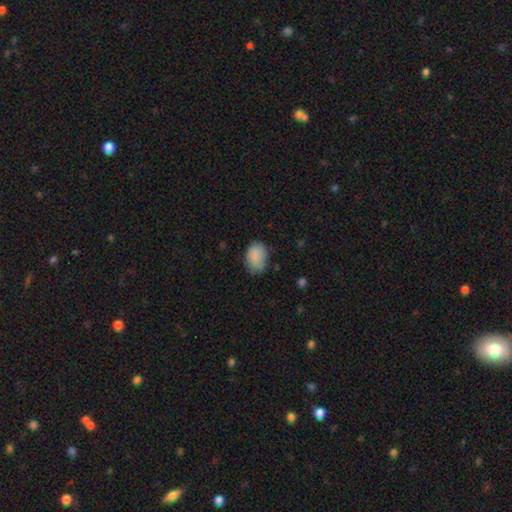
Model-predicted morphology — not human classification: Smooth or featured? smooth (84%)
How rounded? in between (76%)
Merging? none (60%)